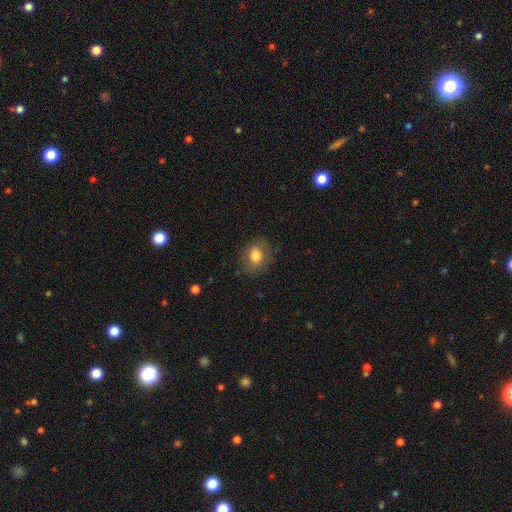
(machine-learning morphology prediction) smooth-or-featured: smooth: 79% | featured or disk: 12% | star or artifact: 9%
  how-rounded: round: 52% | in between: 47% | cigar-shaped: 1%
  merging: none: 80% | minor disturbance: 14% | major disturbance: 5% | merger: 1%